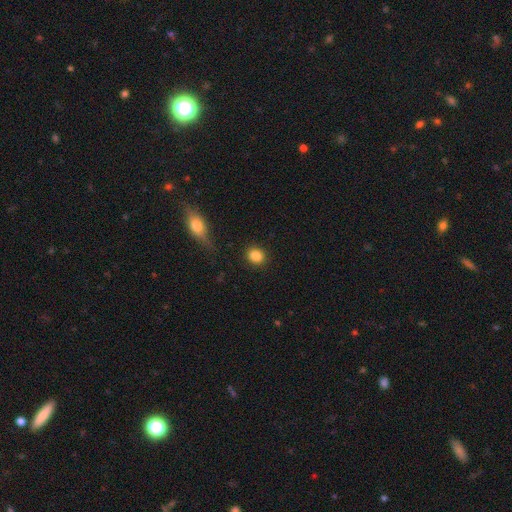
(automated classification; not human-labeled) Smooth or featured? Predicted: smooth (p=0.86). How rounded? Predicted: round (p=0.76). Merging? Predicted: none (p=0.89).